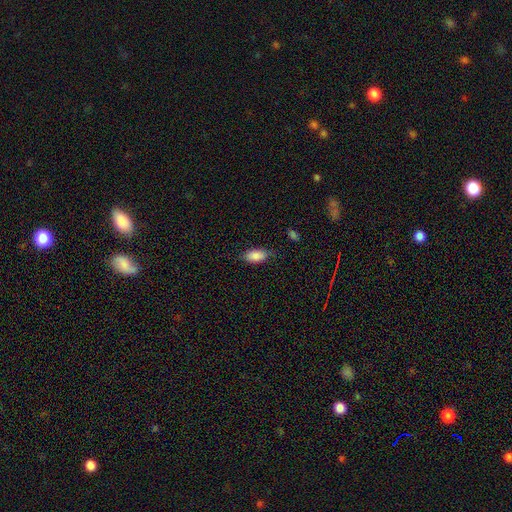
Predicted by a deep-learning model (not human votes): smooth_or_featured: smooth (p=0.87) [alt: star or artifact p=0.07]
how_rounded: in between (p=0.92) [alt: cigar-shaped p=0.06]
merging: none (p=0.74) [alt: minor disturbance p=0.20]